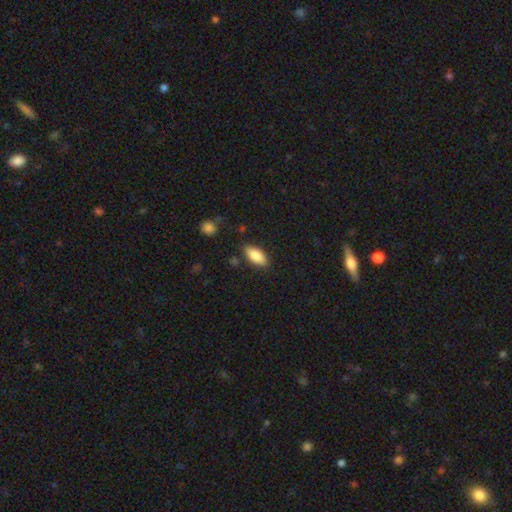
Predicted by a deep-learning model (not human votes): smooth-or-featured: smooth: 84% | featured or disk: 10% | star or artifact: 6%
  how-rounded: in between: 84% | cigar-shaped: 14% | round: 2%
  merging: none: 83% | minor disturbance: 12% | major disturbance: 3% | merger: 2%